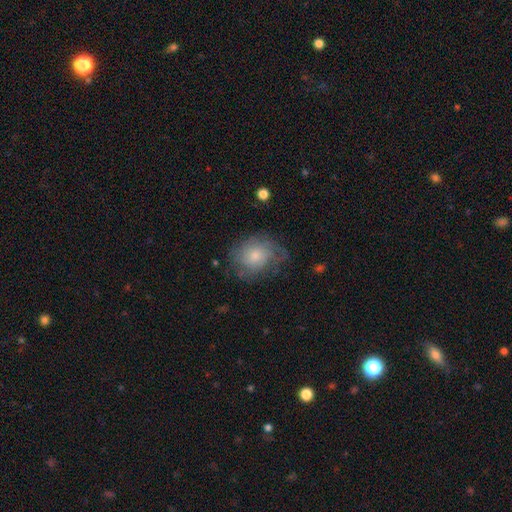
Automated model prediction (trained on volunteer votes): Q: Smooth or featured?
A: smooth (47%); runner-up: featured or disk (43%)
Q: Merging?
A: none (62%); runner-up: minor disturbance (24%)